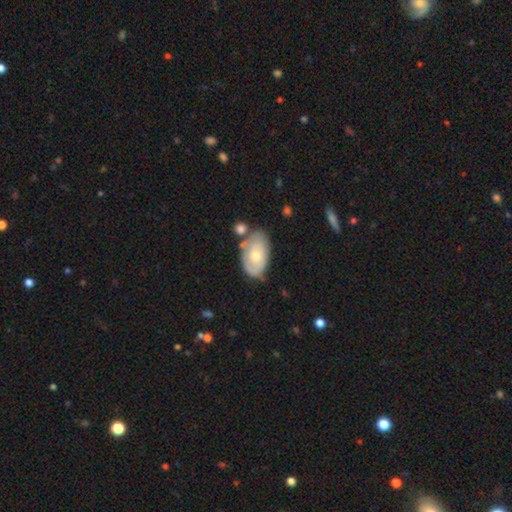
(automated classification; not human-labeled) Morphology: type=smooth (53%); roundness=in between (91%); merging=none (54%).